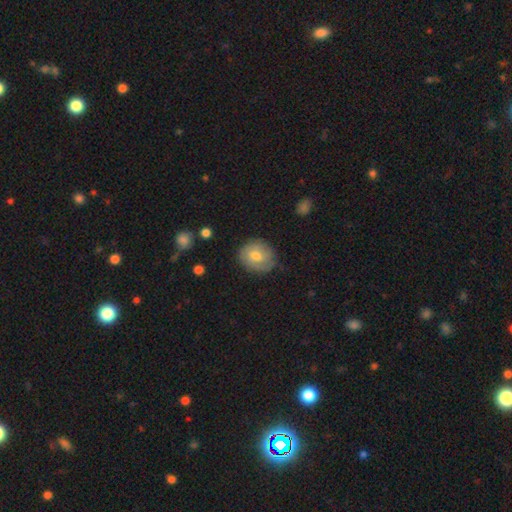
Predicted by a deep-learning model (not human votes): Overall: smooth (57%; featured or disk 36%). How rounded: round (70%). Merging: none (73%).